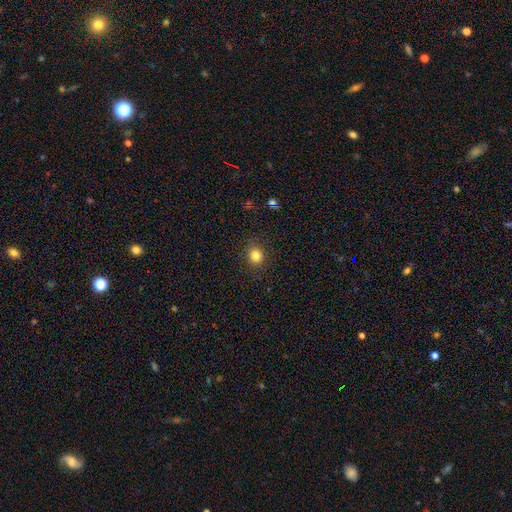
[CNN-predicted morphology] A smooth galaxy with no disk features (82%) that is round (78%). Merging: none (88%).